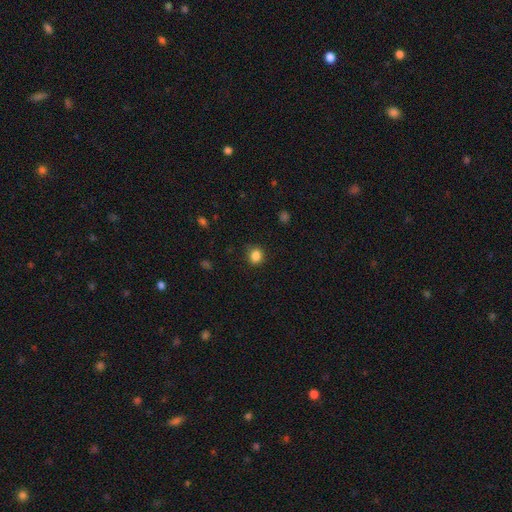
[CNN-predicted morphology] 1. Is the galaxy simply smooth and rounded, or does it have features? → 86% smooth, 11% star or artifact, 4% featured or disk.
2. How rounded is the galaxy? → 76% round, 23% in between, 1% cigar-shaped.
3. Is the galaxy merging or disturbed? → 85% none, 11% minor disturbance, 3% major disturbance, 1% merger.